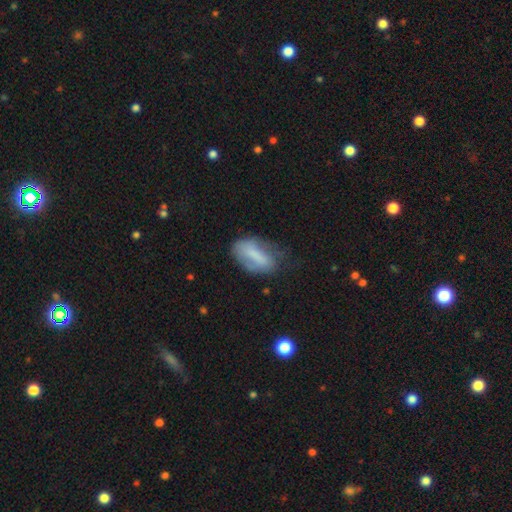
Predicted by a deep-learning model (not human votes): smooth 64%, featured or disk 27%, star or artifact 8%. Down the decision tree: how rounded — in between (87%); merging — none (44%).